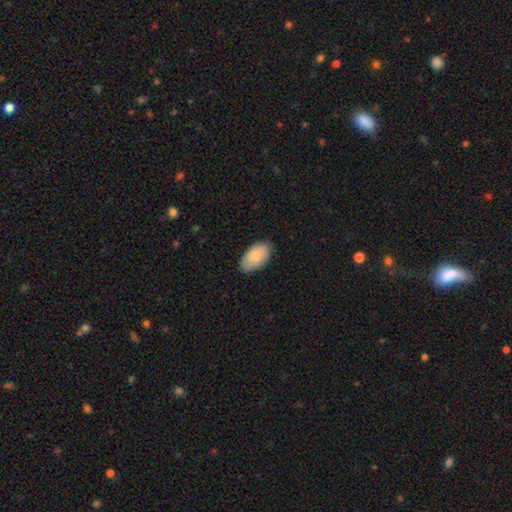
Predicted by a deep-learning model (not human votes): Smooth or featured? Predicted: smooth (p=0.85). How rounded? Predicted: in between (p=0.95). Merging? Predicted: none (p=0.83).